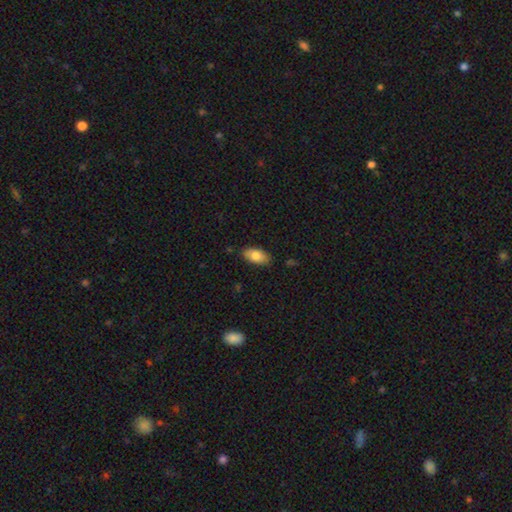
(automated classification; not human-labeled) Morphology: type=smooth (81%); roundness=in between (92%); merging=none (86%).